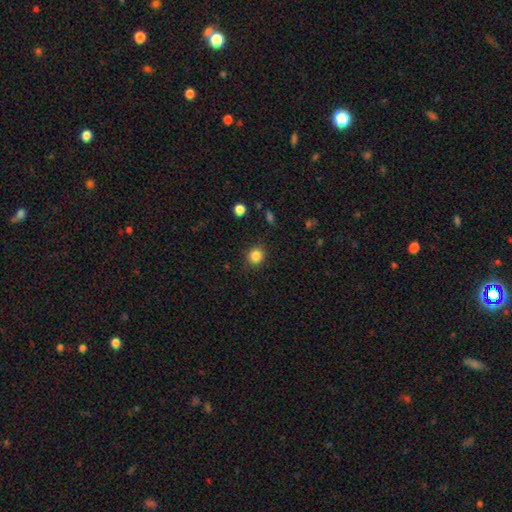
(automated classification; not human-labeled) smooth 85%, star or artifact 11%, featured or disk 4%. Down the decision tree: how rounded — round (85%); merging — none (88%).